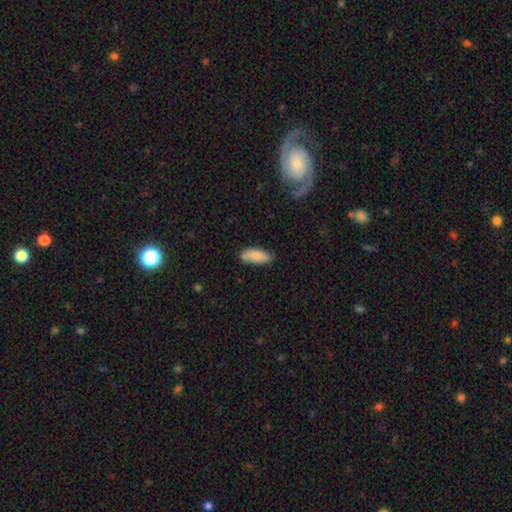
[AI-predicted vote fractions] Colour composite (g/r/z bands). It shows a smooth galaxy with no disk features (84%) that is in between round and cigar-shaped (76%). Merging: none (74%).